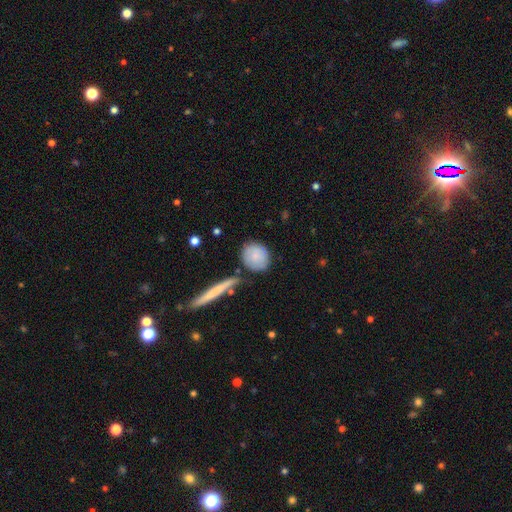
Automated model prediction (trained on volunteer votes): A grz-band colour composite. It shows a smooth galaxy with no disk features (80%) that is round (78%). Merging: none (71%).